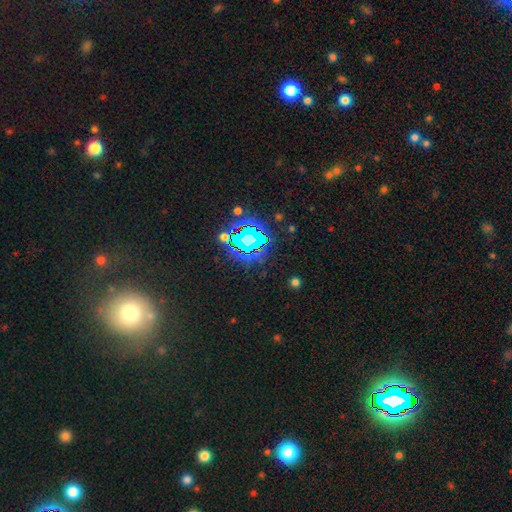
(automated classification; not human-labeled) Overall: star or artifact (73%).